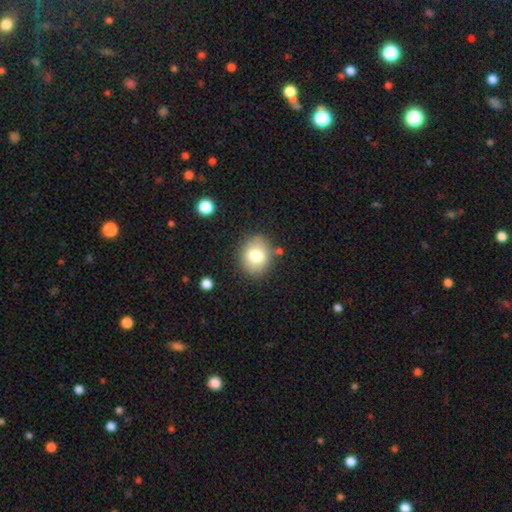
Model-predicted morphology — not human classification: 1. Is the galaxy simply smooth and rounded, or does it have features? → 76% smooth, 14% featured or disk, 10% star or artifact.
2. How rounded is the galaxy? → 65% round, 35% in between, 1% cigar-shaped.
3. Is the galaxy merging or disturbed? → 82% none, 11% minor disturbance, 3% merger, 3% major disturbance.